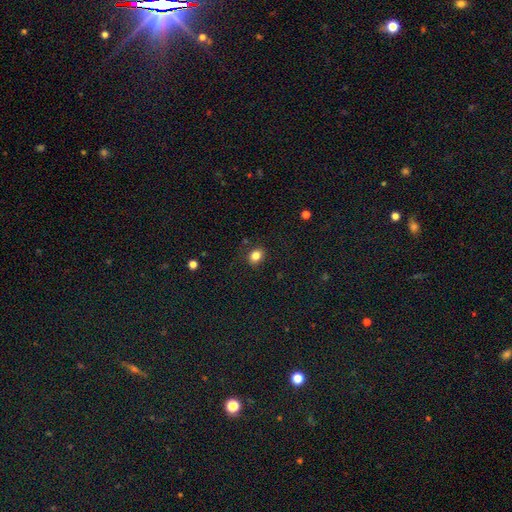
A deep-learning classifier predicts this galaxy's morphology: Q: Smooth or featured?
A: smooth (83%); runner-up: star or artifact (11%)
Q: How rounded?
A: round (50%); runner-up: in between (49%)
Q: Merging?
A: none (86%); runner-up: minor disturbance (10%)